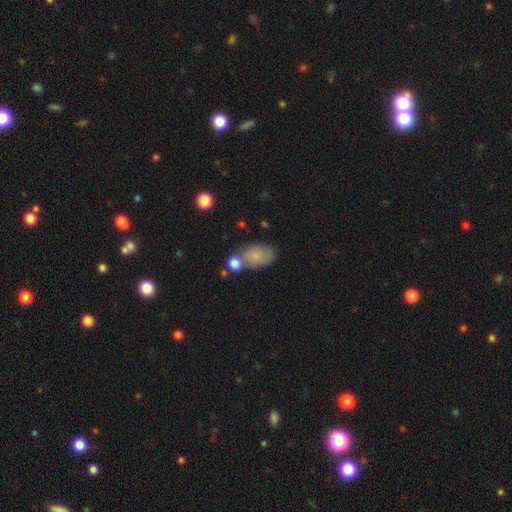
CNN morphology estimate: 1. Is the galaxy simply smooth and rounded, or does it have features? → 79% smooth, 12% featured or disk, 9% star or artifact.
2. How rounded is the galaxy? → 84% in between, 14% round, 2% cigar-shaped.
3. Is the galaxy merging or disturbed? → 49% none, 26% merger, 18% minor disturbance, 7% major disturbance.